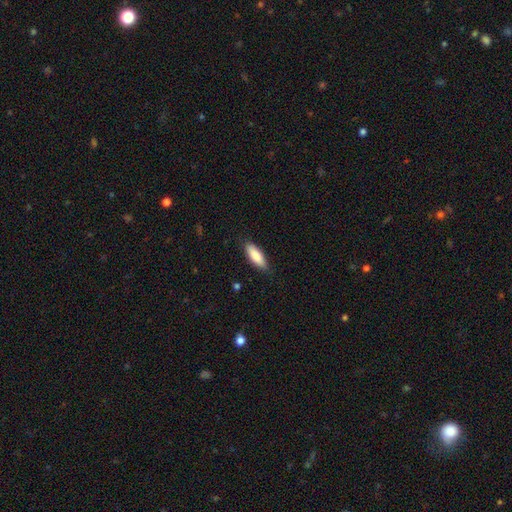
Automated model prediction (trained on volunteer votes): Smooth or featured? smooth (85%)
How rounded? in between (60%)
Merging? none (85%)